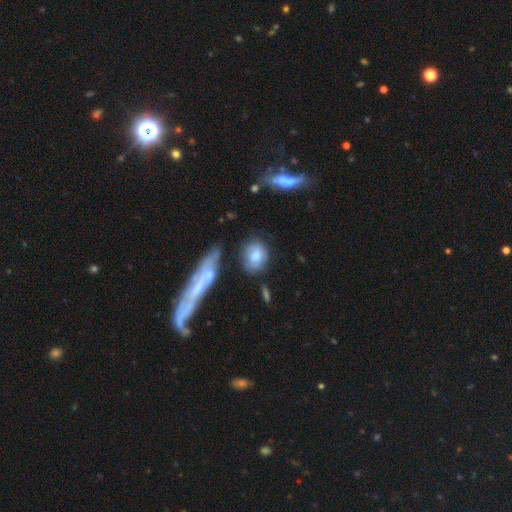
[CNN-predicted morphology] This is likely a smooth galaxy (76%). How rounded: possibly in between (51%). Merging: likely none (60%).